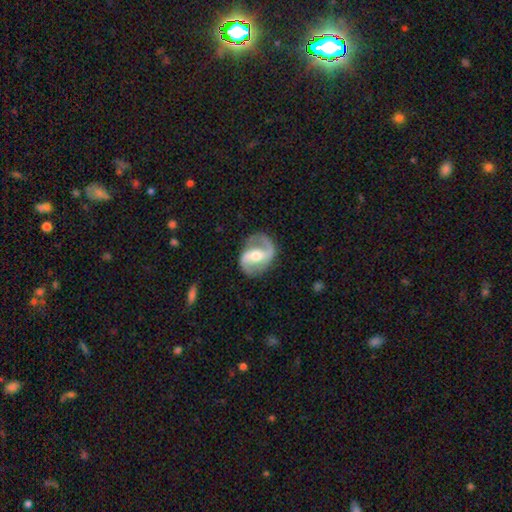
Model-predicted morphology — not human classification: Smooth or featured?
  - featured or disk: 87% *
  - smooth: 9%
  - star or artifact: 4%
Edge-on disk?
  - no: 98% *
  - yes: 2%
Bar?
  - weak: 40% *
  - strong: 38%
  - no: 22%
Spiral arms?
  - yes: 94% *
  - no: 6%
Spiral winding?
  - medium: 50% *
  - loose: 34%
  - tight: 16%
Spiral arm count?
  - 2: 91% *
  - 1: 4%
  - can't tell: 3%
  - 3: 1%
  - 4: 1%
  - more than 4: 1%
Bulge size?
  - moderate: 66% *
  - small: 23%
  - large: 7%
  - none: 2%
  - dominant: 1%
Merging?
  - none: 81% *
  - minor disturbance: 12%
  - major disturbance: 5%
  - merger: 1%